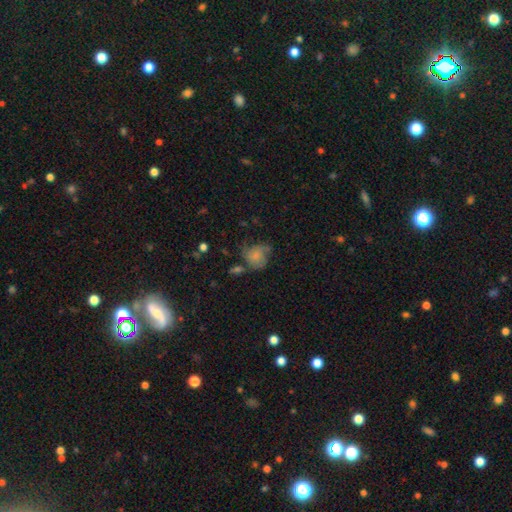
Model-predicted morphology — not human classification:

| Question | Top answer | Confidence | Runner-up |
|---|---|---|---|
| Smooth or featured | smooth | 59% | featured or disk (31%) |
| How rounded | round | 64% | in between (35%) |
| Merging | none | 39% | minor disturbance (29%) |